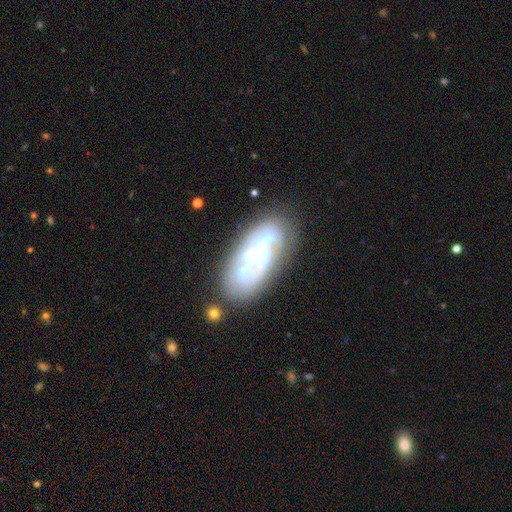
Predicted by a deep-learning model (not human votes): A featured or disk galaxy (67%) with no bar (80%), no spiral arms (66%) and a small central bulge (46%).

Vote fractions:
- Smooth or featured? featured or disk: 67% / smooth: 23% / star or artifact: 10%
- Edge-on disk? no: 91% / yes: 9%
- Bar? no: 80% / weak: 14% / strong: 6%
- Spiral arms? no: 66% / yes: 34%
- Bulge size? small: 46% / moderate: 37% / none: 10% / large: 5% / dominant: 2%
- Merging? none: 59% / minor disturbance: 19% / major disturbance: 12% / merger: 10%